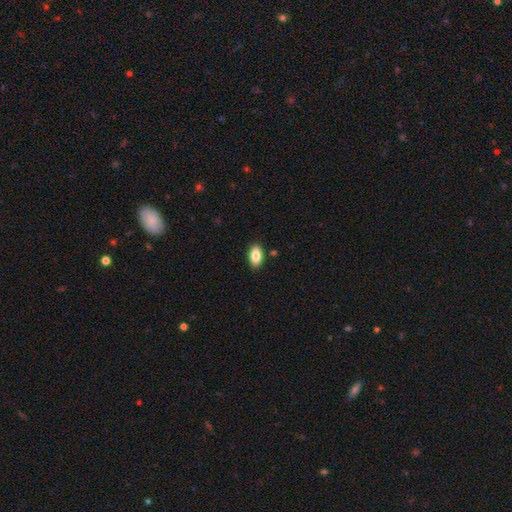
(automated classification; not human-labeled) The model was most divided on "smooth or featured": smooth: 83%, featured or disk: 9%, star or artifact: 8%. More confident: how rounded — in between (92%); merging — none (89%).